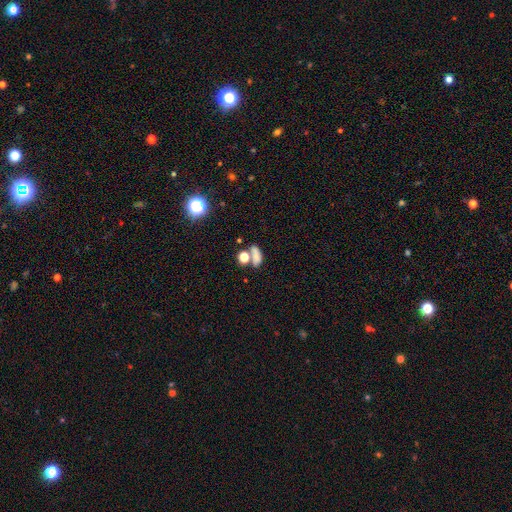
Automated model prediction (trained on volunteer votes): Morphology: type=smooth (71%); roundness=in between (68%); merging=none (39%, tied with merger).